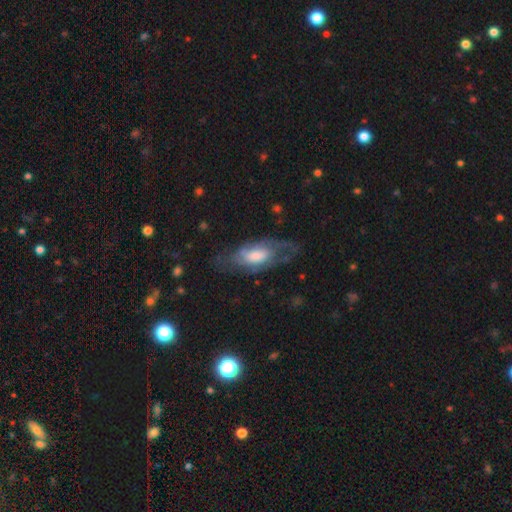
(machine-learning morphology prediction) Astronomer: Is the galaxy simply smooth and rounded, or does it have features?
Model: featured or disk — 64%.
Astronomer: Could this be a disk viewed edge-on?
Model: no — 89%.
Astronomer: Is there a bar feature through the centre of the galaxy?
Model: no — 65%.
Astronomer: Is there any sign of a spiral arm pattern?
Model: yes — 81%.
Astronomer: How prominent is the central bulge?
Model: large — 48% (runner-up: moderate, 28%).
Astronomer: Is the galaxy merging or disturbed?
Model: none — 56%.